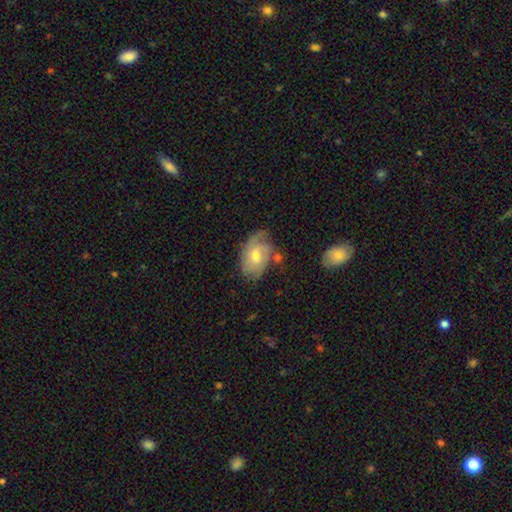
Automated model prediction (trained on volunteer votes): featured or disk 59%, smooth 34%, star or artifact 7%. Down the decision tree: edge-on disk — no (95%); bar — no (61%); spiral arms — yes (81%); bulge size — moderate (66%); merging — none (53%).